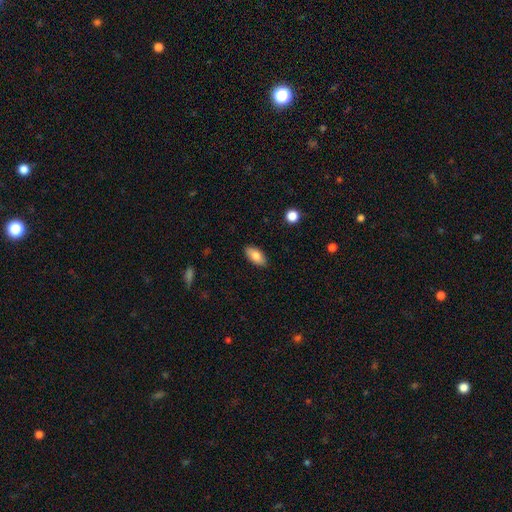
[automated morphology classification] This appears to be a smooth galaxy with no disk features (84%) that is in between round and cigar-shaped (91%). Merging: none (88%).